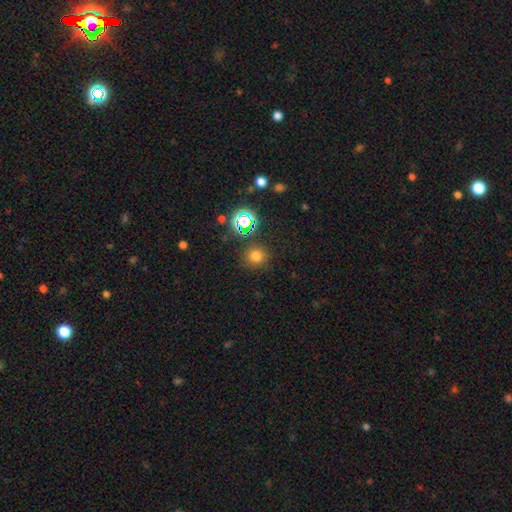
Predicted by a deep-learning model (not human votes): Smooth or featured: smooth — 70% (star or artifact — 23%)
How rounded: round — 91% (in between — 8%)
Merging: none — 86% (minor disturbance — 8%)